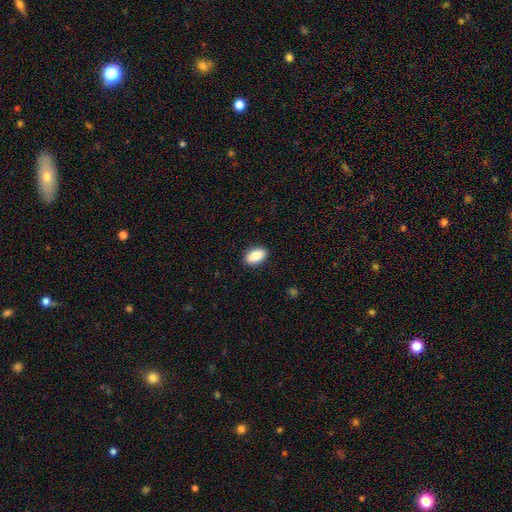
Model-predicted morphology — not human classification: smooth_or_featured: smooth (p=0.90) [alt: star or artifact p=0.07]
how_rounded: in between (p=0.93) [alt: round p=0.05]
merging: none (p=0.90) [alt: minor disturbance p=0.07]